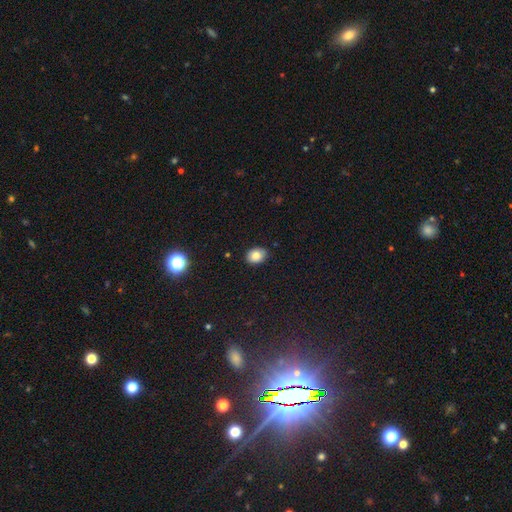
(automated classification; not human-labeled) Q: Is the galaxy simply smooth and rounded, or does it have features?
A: smooth — 82%.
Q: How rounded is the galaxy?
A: in between — 62%.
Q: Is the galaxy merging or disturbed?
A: none — 85%.